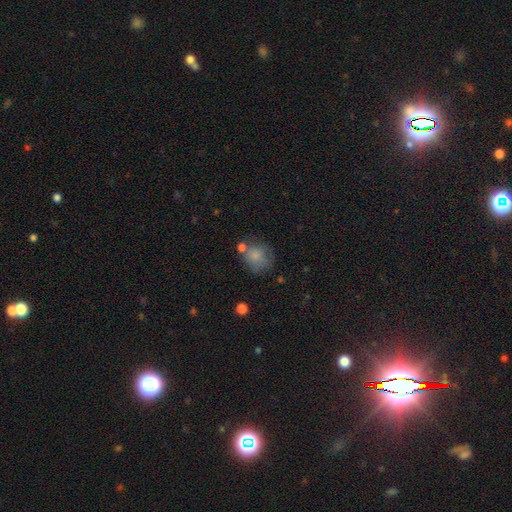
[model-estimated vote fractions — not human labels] smooth 78%, featured or disk 13%, star or artifact 9%. Down the decision tree: how rounded — round (77%); merging — none (53%).